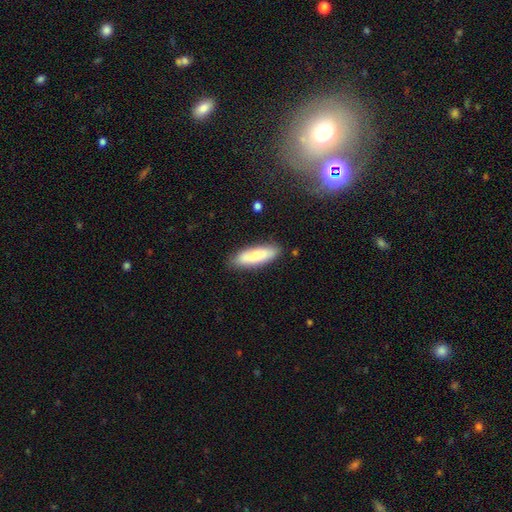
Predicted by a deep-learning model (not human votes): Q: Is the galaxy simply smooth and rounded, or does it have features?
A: smooth — 74%.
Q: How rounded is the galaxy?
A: in between — 51%.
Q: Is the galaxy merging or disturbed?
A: none — 83%.